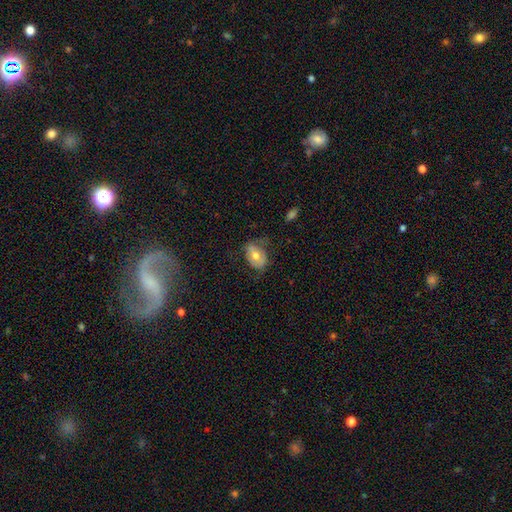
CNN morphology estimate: smooth_or_featured: smooth (p=0.57) [alt: featured or disk p=0.35]
how_rounded: in between (p=0.80) [alt: round p=0.19]
merging: none (p=0.59) [alt: minor disturbance p=0.27]